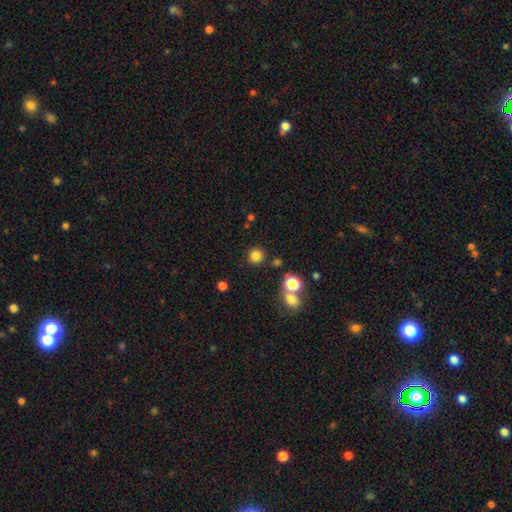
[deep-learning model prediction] A smooth galaxy with no disk features (80%) that is round (93%).

Vote fractions:
- Smooth or featured? smooth: 80% / star or artifact: 15% / featured or disk: 5%
- How rounded? round: 93% / in between: 6% / cigar-shaped: 1%
- Merging? none: 85% / minor disturbance: 7% / merger: 5% / major disturbance: 3%